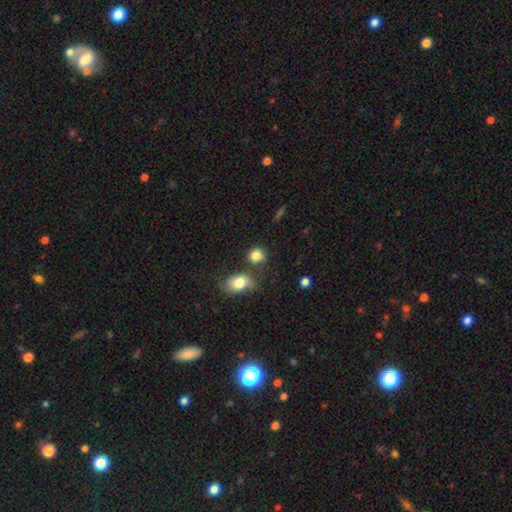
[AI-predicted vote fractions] Smooth or featured? Predicted: smooth (p=0.84). How rounded? Predicted: round (p=0.72). Merging? Predicted: none (p=0.67).